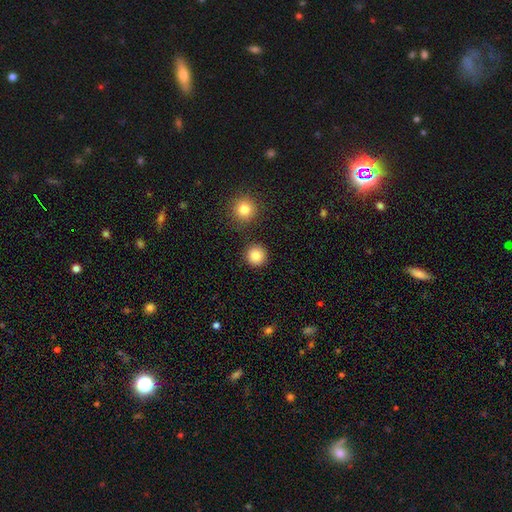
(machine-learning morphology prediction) A smooth galaxy with no disk features (86%) that is round (95%). Merging: none (89%).